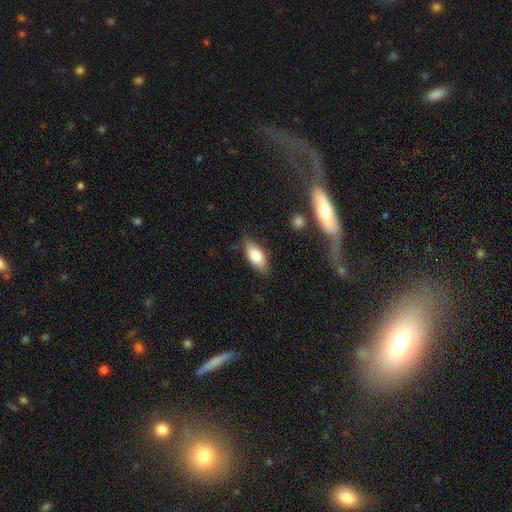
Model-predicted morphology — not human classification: Overall: smooth (78%). How rounded: in between (83%). Merging: none (76%).